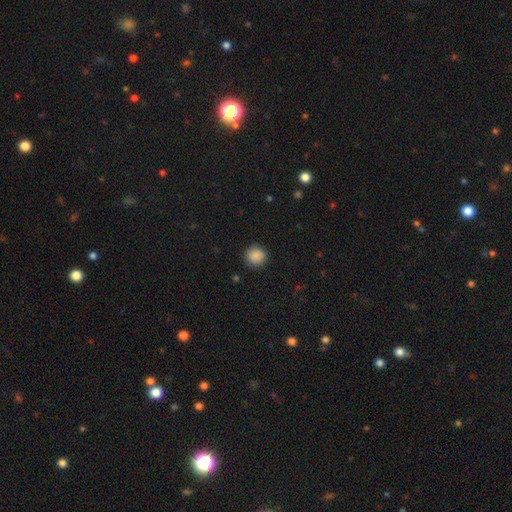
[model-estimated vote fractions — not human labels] This appears to be a smooth galaxy with no disk features (89%) that is round (92%). Merging: none (89%).